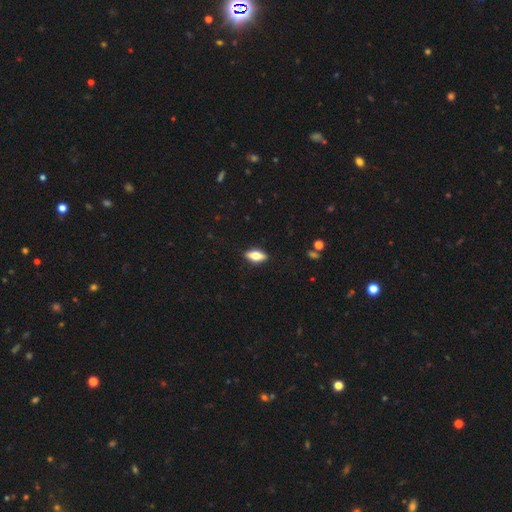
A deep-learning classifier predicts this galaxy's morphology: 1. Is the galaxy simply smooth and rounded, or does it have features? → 63% smooth, 30% featured or disk, 7% star or artifact.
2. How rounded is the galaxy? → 78% in between, 18% cigar-shaped, 4% round.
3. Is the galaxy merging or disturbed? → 88% none, 9% minor disturbance, 2% major disturbance, 1% merger.